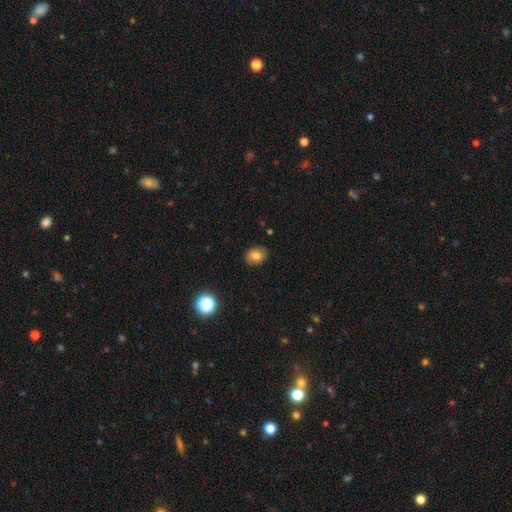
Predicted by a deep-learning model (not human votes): Smooth or featured? Predicted: smooth (p=0.76). How rounded? Predicted: in between (p=0.65). Merging? Predicted: none (p=0.85).